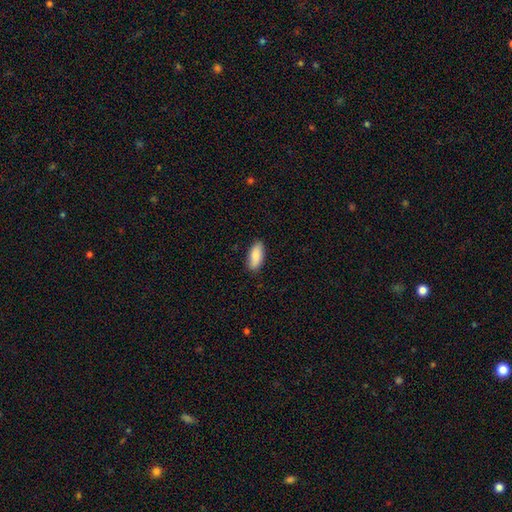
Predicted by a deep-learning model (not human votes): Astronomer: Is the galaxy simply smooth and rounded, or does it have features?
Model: smooth — 87%.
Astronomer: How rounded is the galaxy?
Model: in between — 85%.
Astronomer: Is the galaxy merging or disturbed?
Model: none — 87%.